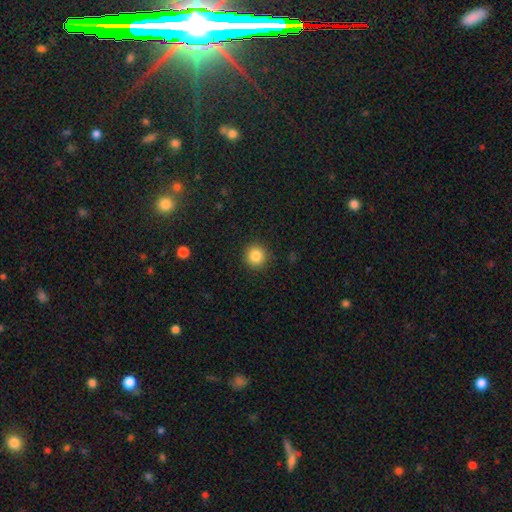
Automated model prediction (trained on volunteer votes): Overall: smooth (85%). How rounded: round (94%). Merging: none (91%).